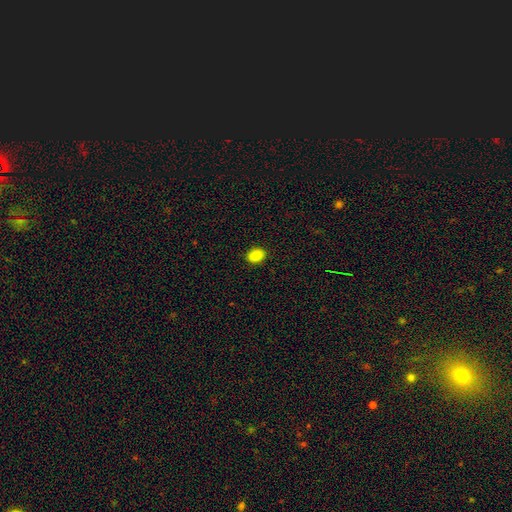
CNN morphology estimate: smooth 88%, star or artifact 9%, featured or disk 3%. Down the decision tree: how rounded — in between (68%); merging — none (89%).